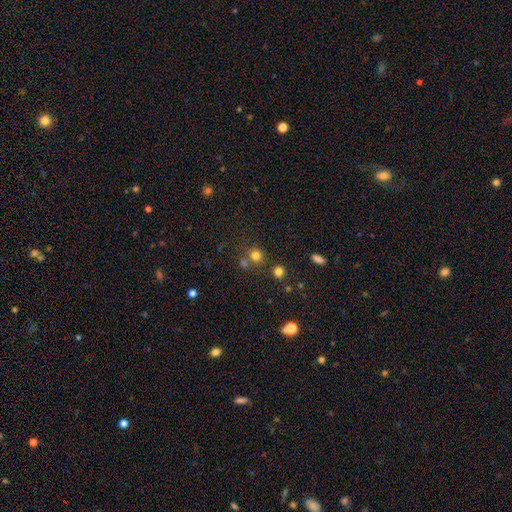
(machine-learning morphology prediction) Overall: smooth (76%). How rounded: round (91%). Merging: none (70%).